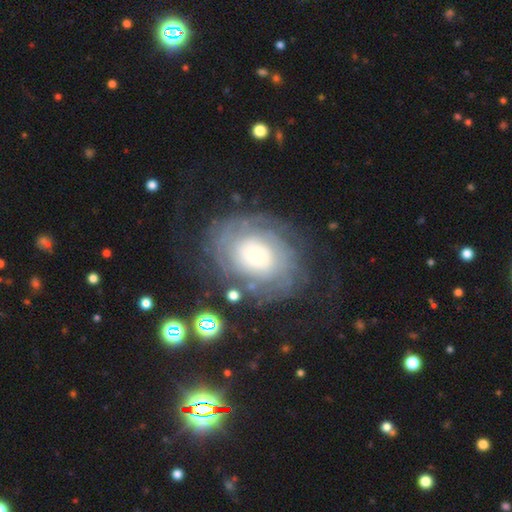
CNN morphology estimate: Smooth or featured?
  - featured or disk: 75% *
  - smooth: 17%
  - star or artifact: 9%
Edge-on disk?
  - no: 97% *
  - yes: 3%
Bar?
  - no: 80% *
  - weak: 16%
  - strong: 4%
Spiral arms?
  - yes: 88% *
  - no: 12%
Spiral winding?
  - tight: 74% *
  - medium: 19%
  - loose: 7%
Spiral arm count?
  - can't tell: 51% *
  - 2: 15%
  - 3: 10%
  - 4: 9%
  - more than 4: 9%
  - 1: 6%
Bulge size?
  - small: 43% *
  - large: 24%
  - moderate: 24%
  - dominant: 6%
  - none: 4%
Merging?
  - none: 70% *
  - minor disturbance: 17%
  - major disturbance: 11%
  - merger: 3%